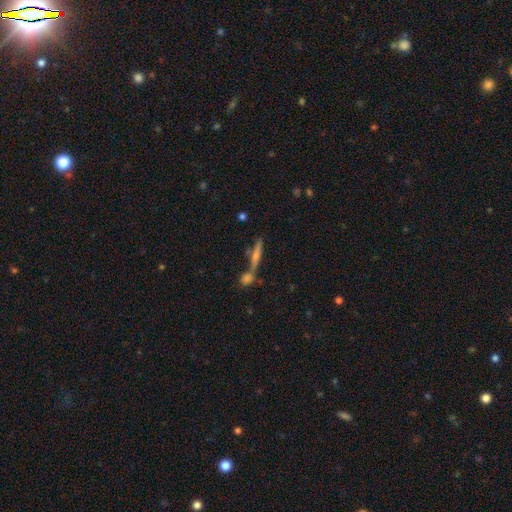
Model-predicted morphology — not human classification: A smooth galaxy with no disk features (39%). Merging: none (51%).